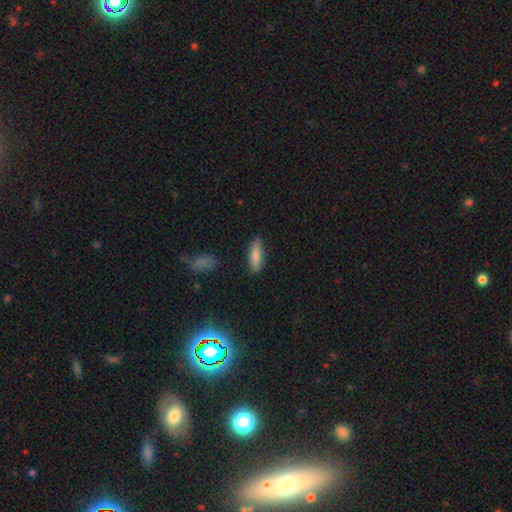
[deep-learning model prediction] This is clearly a smooth galaxy (83%). How rounded: possibly in between (57%). Merging: clearly none (83%).